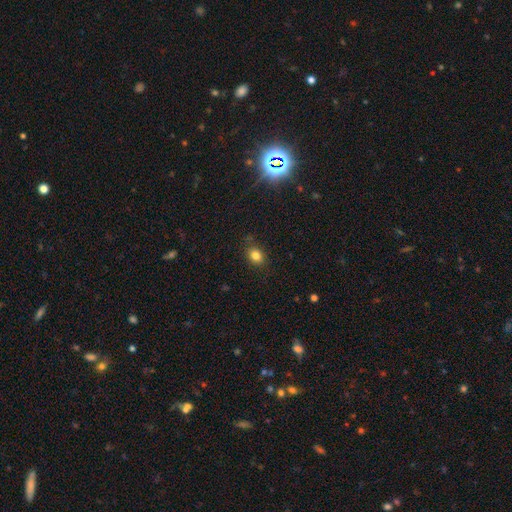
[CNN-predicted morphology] This is clearly a smooth galaxy (81%). How rounded: possibly round (54%). Merging: clearly none (83%).